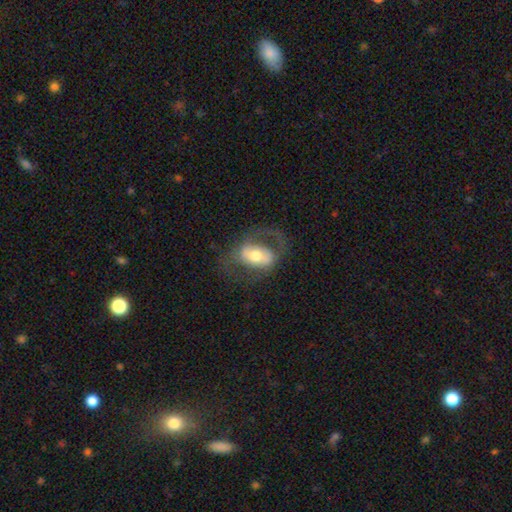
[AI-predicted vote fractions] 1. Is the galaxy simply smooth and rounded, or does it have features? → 56% featured or disk, 37% smooth, 6% star or artifact.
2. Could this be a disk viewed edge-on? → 92% no, 8% yes.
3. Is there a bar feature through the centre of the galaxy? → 39% no, 32% weak, 29% strong.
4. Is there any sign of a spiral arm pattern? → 53% yes, 47% no.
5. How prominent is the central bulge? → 67% moderate, 16% large, 14% small, 2% dominant, 1% none.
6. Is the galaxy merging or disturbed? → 54% none, 26% major disturbance, 19% minor disturbance, 2% merger.